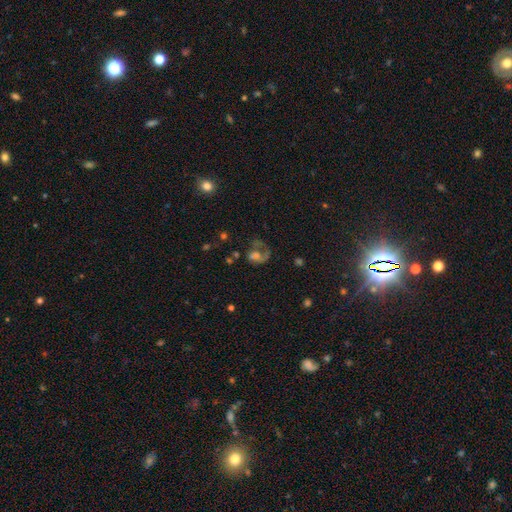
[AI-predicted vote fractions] Smooth or featured? Predicted: featured or disk (p=0.55). Edge-on disk? Predicted: no (p=0.97). Bar? Predicted: no (p=0.74). Spiral arms? Predicted: yes (p=0.63). Bulge size? Predicted: none (p=0.32). Merging? Predicted: major disturbance (p=0.47).